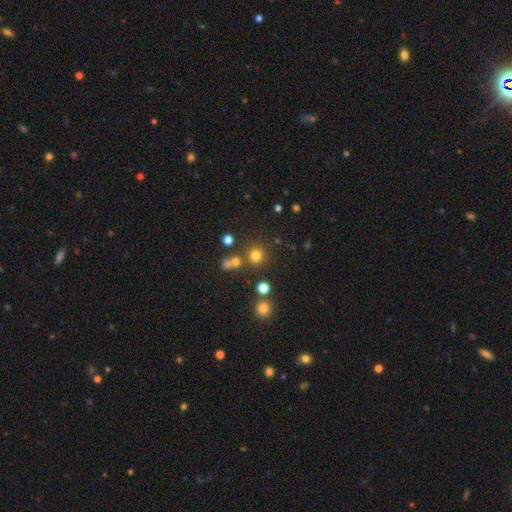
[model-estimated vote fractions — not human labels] Morphology: type=smooth (74%); roundness=round (91%); merging=none (77%).